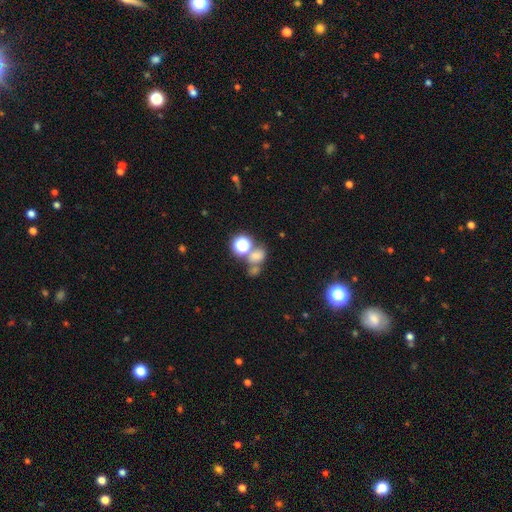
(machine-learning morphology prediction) Smooth or featured: smooth — 62% (star or artifact — 27%)
How rounded: round — 52% (in between — 46%)
Merging: none — 47% (merger — 36%)